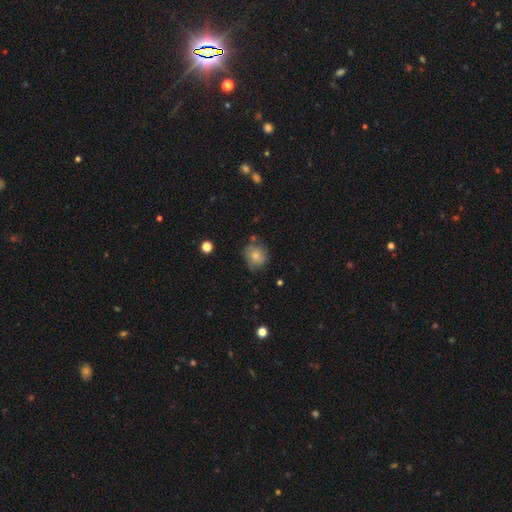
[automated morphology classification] Smooth or featured? smooth (70%)
How rounded? round (72%)
Merging? none (60%)